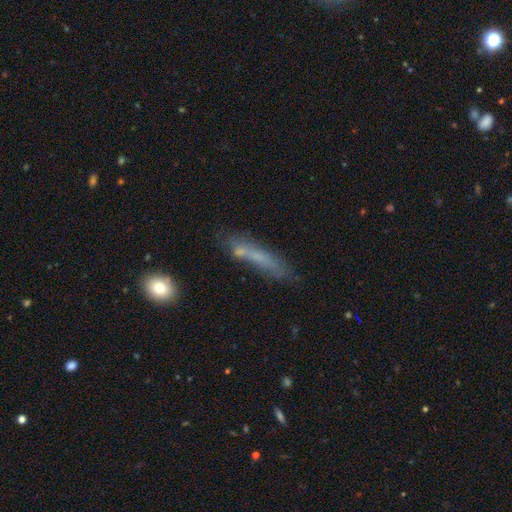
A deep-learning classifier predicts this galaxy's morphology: This is possibly a smooth galaxy (54%). How rounded: clearly cigar-shaped (87%). Merging: possibly none (58%).